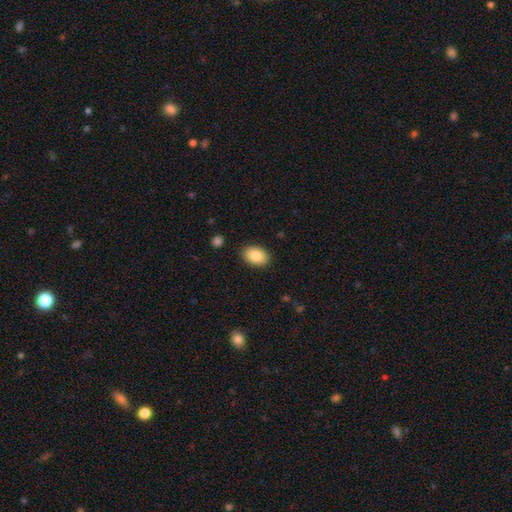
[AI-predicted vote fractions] smooth-or-featured: smooth: 88% | star or artifact: 7% | featured or disk: 5%
  how-rounded: in between: 89% | round: 10% | cigar-shaped: 1%
  merging: none: 88% | minor disturbance: 9% | major disturbance: 2% | merger: 1%